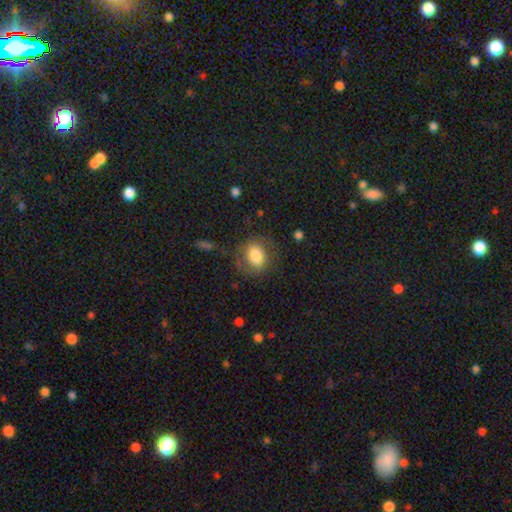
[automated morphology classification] Smooth or featured?
  - smooth: 73% *
  - featured or disk: 20%
  - star or artifact: 8%
How rounded?
  - in between: 52% *
  - round: 47%
  - cigar-shaped: 1%
Merging?
  - none: 69% *
  - minor disturbance: 17%
  - major disturbance: 12%
  - merger: 2%